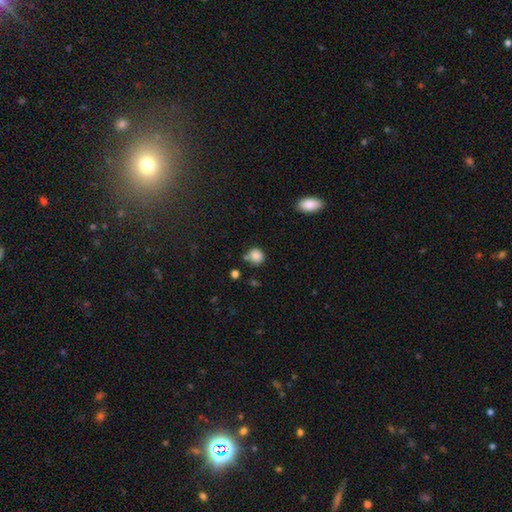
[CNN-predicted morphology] Smooth or featured? smooth (84%)
How rounded? round (88%)
Merging? none (67%)